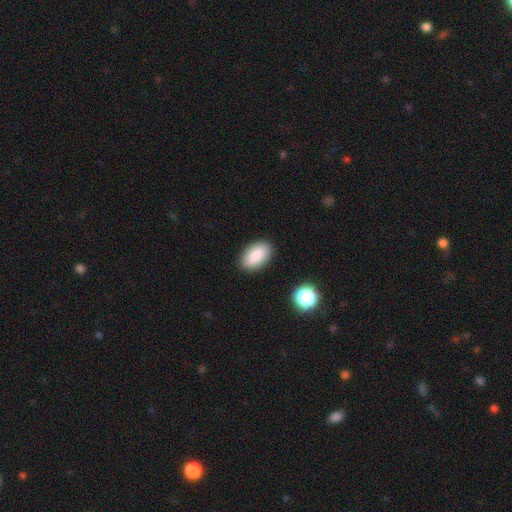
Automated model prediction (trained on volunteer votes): A smooth galaxy with no disk features (83%) that is in between round and cigar-shaped (93%).

Vote fractions:
- Smooth or featured? smooth: 83% / featured or disk: 9% / star or artifact: 8%
- How rounded? in between: 93% / round: 5% / cigar-shaped: 2%
- Merging? none: 88% / minor disturbance: 9% / major disturbance: 2% / merger: 2%